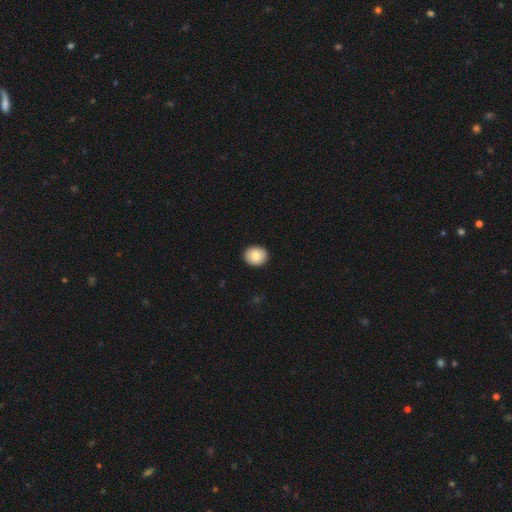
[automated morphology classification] smooth_or_featured: smooth (p=0.84) [alt: featured or disk p=0.09]
how_rounded: round (p=0.64) [alt: in between p=0.35]
merging: none (p=0.91) [alt: minor disturbance p=0.06]